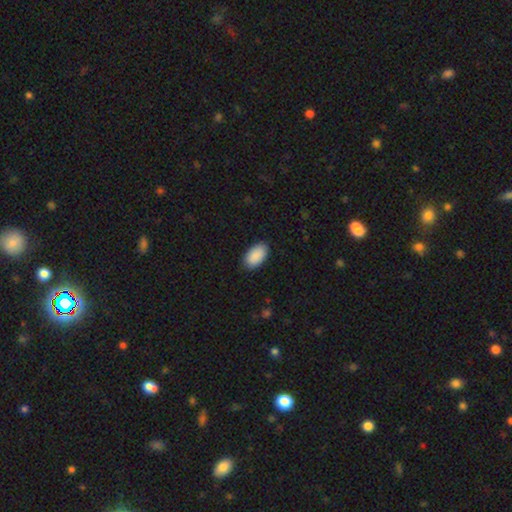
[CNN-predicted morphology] A smooth galaxy with no disk features (92%) that is in between round and cigar-shaped (95%).

Vote fractions:
- Smooth or featured? smooth: 92% / star or artifact: 6% / featured or disk: 3%
- How rounded? in between: 95% / round: 3% / cigar-shaped: 1%
- Merging? none: 88% / minor disturbance: 9% / major disturbance: 2% / merger: 1%